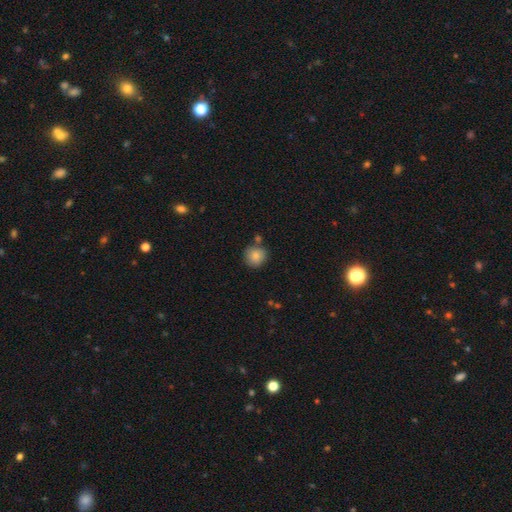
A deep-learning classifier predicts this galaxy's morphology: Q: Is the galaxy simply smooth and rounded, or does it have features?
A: smooth — 85%.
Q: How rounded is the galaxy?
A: round — 91%.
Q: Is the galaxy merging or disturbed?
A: none — 75%.